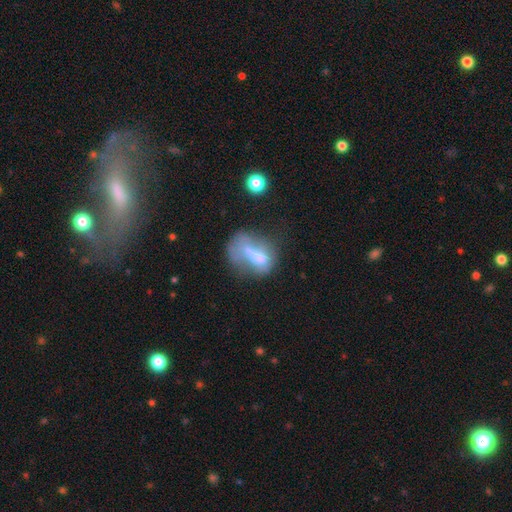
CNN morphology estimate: Overall: smooth (52%; featured or disk 37%). How rounded: in between (71%). Merging: major disturbance (39%; none 23%).